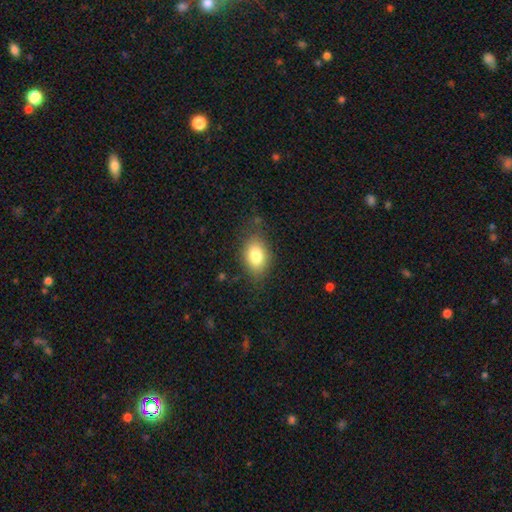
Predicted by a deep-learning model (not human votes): smooth 81%, featured or disk 11%, star or artifact 8%. Down the decision tree: how rounded — in between (84%); merging — none (77%).